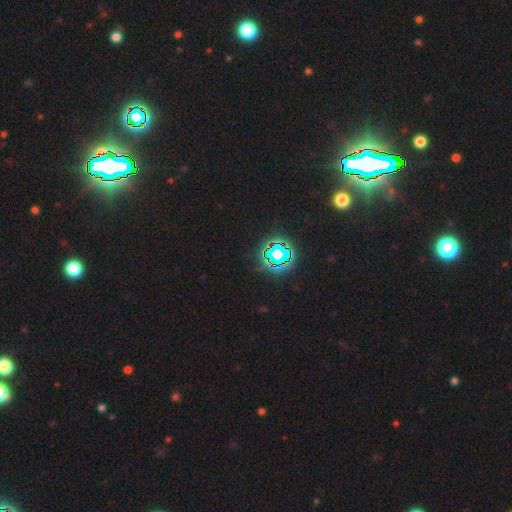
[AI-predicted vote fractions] smooth-or-featured: star or artifact: 83% | smooth: 10% | featured or disk: 6%